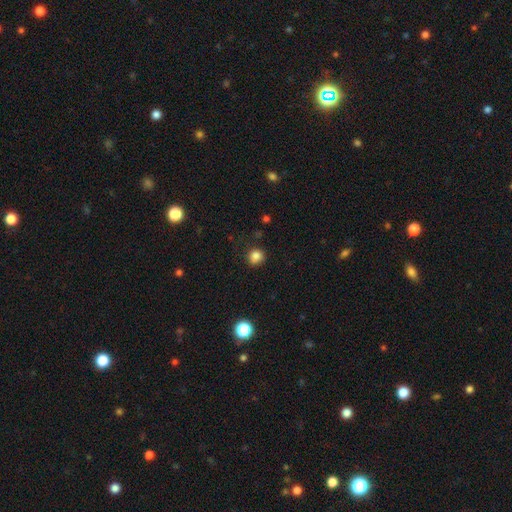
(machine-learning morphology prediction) This is clearly a smooth galaxy (83%). How rounded: clearly round (85%). Merging: clearly none (82%).